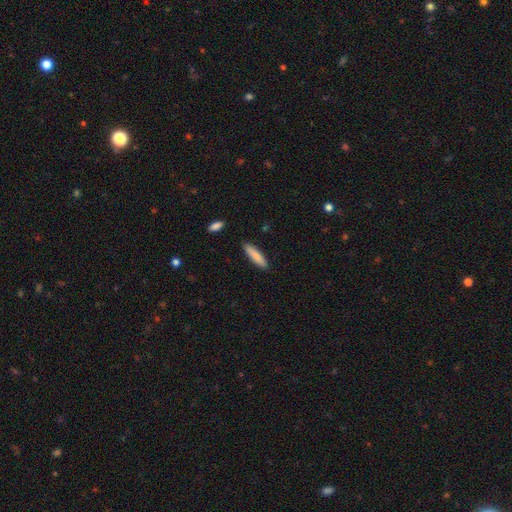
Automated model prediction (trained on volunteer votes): A smooth galaxy with no disk features (84%) that is cigar-shaped (80%).

Vote fractions:
- Smooth or featured? smooth: 84% / featured or disk: 10% / star or artifact: 6%
- How rounded? cigar-shaped: 80% / in between: 19% / round: 1%
- Merging? none: 89% / minor disturbance: 8% / major disturbance: 2% / merger: 1%